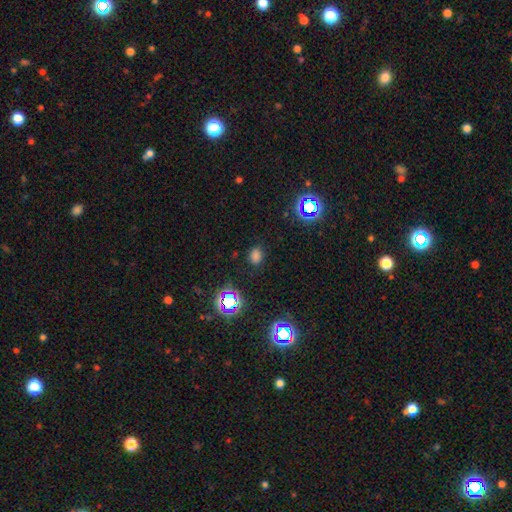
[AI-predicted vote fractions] smooth-or-featured: smooth: 66% | star or artifact: 28% | featured or disk: 6%
  how-rounded: in between: 61% | round: 37% | cigar-shaped: 2%
  merging: none: 81% | minor disturbance: 12% | major disturbance: 4% | merger: 2%